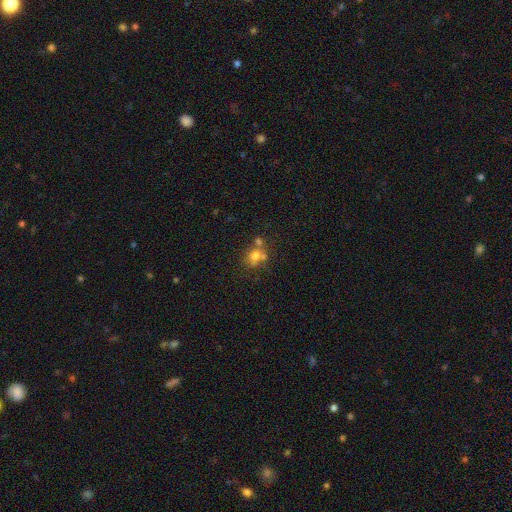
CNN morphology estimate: The model was most divided on "merging": none: 45%, merger: 39%, minor disturbance: 11%, major disturbance: 5%. More confident: how rounded — round (71%); smooth or featured — smooth (70%).